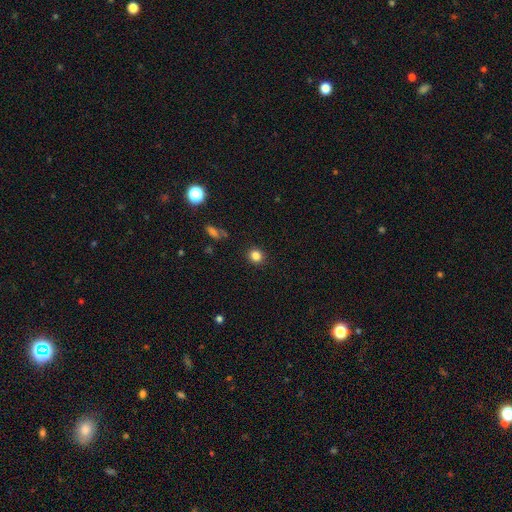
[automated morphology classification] smooth_or_featured: smooth (p=0.83) [alt: star or artifact p=0.12]
how_rounded: round (p=0.88) [alt: in between p=0.11]
merging: none (p=0.90) [alt: minor disturbance p=0.06]